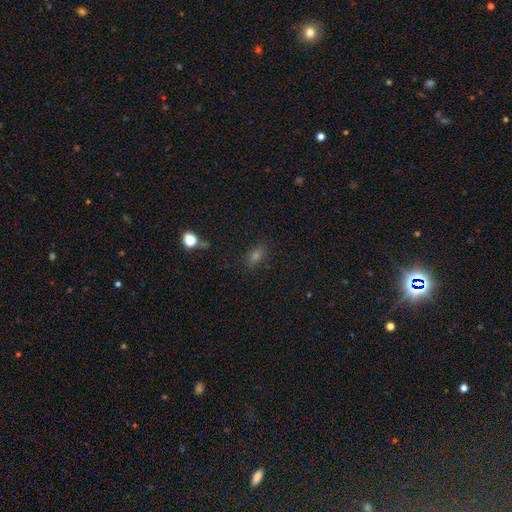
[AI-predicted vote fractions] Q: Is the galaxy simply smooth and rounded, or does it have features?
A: smooth — 61%.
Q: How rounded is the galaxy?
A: in between — 72%.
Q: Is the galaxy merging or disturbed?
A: none — 83%.